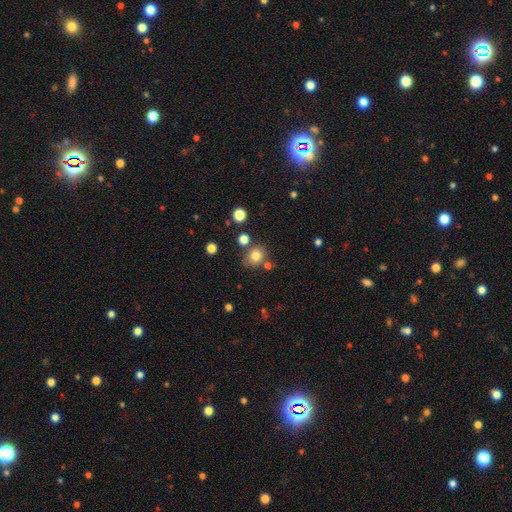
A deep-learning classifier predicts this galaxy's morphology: smooth_or_featured: smooth (p=0.79) [alt: star or artifact p=0.13]
how_rounded: round (p=0.71) [alt: in between p=0.28]
merging: none (p=0.71) [alt: minor disturbance p=0.14]